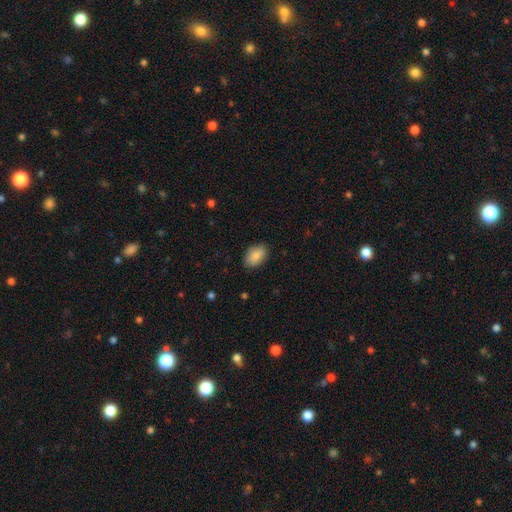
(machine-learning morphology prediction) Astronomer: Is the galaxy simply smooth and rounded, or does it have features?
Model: smooth — 86%.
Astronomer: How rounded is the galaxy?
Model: in between — 87%.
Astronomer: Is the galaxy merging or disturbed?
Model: none — 85%.